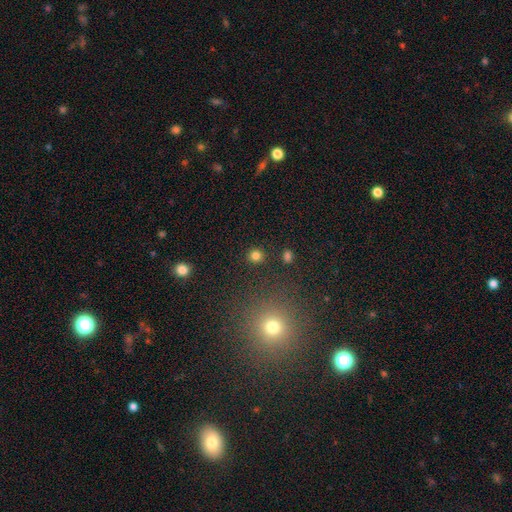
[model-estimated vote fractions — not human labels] Smooth or featured?
  - smooth: 81% *
  - star or artifact: 14%
  - featured or disk: 5%
How rounded?
  - round: 89% *
  - in between: 10%
  - cigar-shaped: 1%
Merging?
  - none: 89% *
  - minor disturbance: 6%
  - merger: 3%
  - major disturbance: 2%